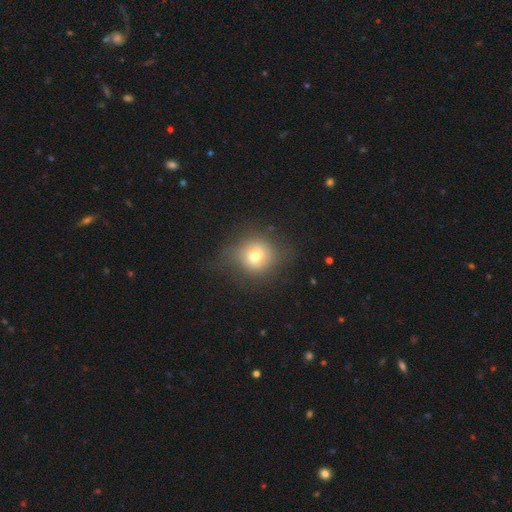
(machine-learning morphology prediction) This is likely a smooth galaxy (69%). How rounded: clearly round (88%). Merging: likely none (68%).